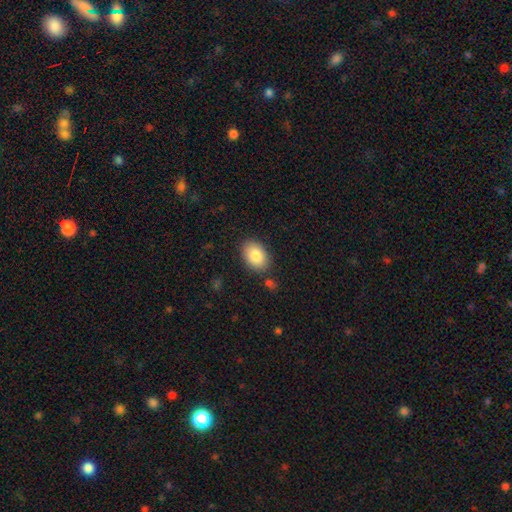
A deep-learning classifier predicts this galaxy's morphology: A smooth galaxy with no disk features (85%) that is in between round and cigar-shaped (85%).

Vote fractions:
- Smooth or featured? smooth: 85% / featured or disk: 9% / star or artifact: 7%
- How rounded? in between: 85% / round: 14% / cigar-shaped: 1%
- Merging? none: 85% / minor disturbance: 10% / major disturbance: 3% / merger: 2%